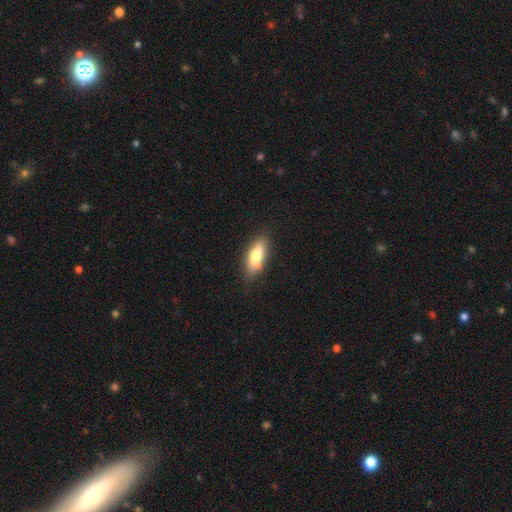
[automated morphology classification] A smooth galaxy with no disk features (72%) that is in between round and cigar-shaped (70%).

Vote fractions:
- Smooth or featured? smooth: 72% / featured or disk: 21% / star or artifact: 7%
- How rounded? in between: 70% / cigar-shaped: 27% / round: 3%
- Merging? none: 78% / minor disturbance: 17% / major disturbance: 3% / merger: 1%